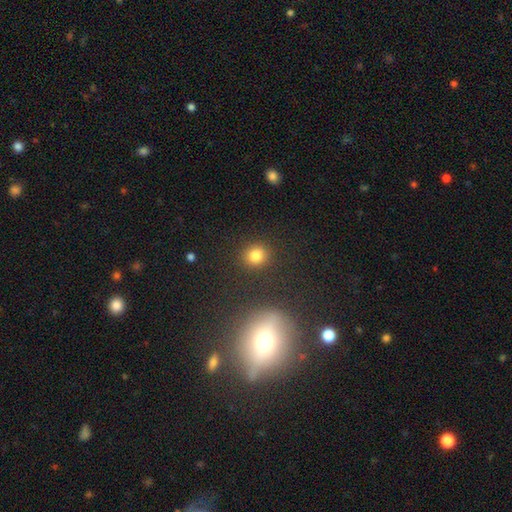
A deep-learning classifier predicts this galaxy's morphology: Smooth or featured?
  - smooth: 80% *
  - star or artifact: 13%
  - featured or disk: 7%
How rounded?
  - round: 84% *
  - in between: 15%
  - cigar-shaped: 1%
Merging?
  - none: 88% *
  - minor disturbance: 7%
  - major disturbance: 3%
  - merger: 2%